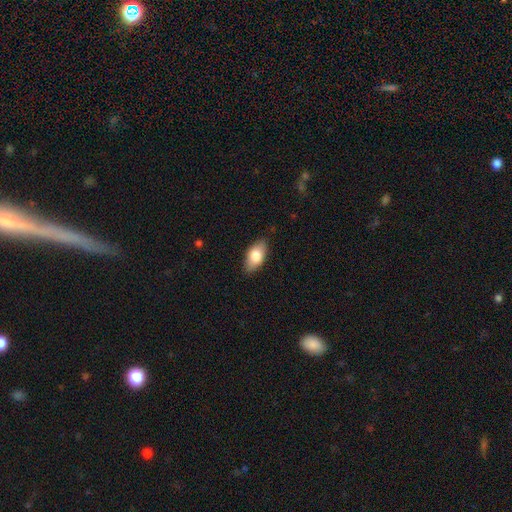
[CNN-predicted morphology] Smooth or featured? Predicted: smooth (p=0.78). How rounded? Predicted: in between (p=0.91). Merging? Predicted: none (p=0.84).